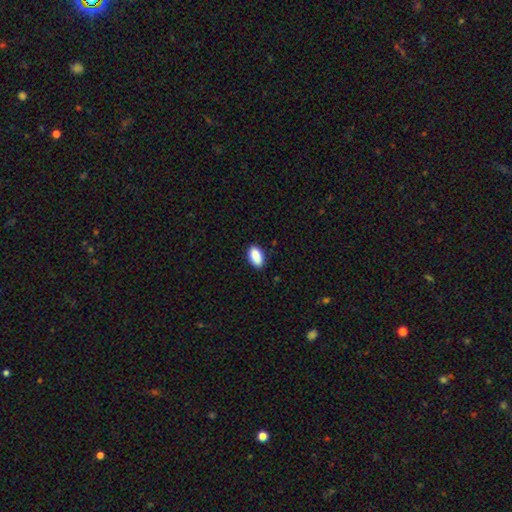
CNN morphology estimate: Smooth or featured? Predicted: smooth (p=0.89). How rounded? Predicted: in between (p=0.92). Merging? Predicted: none (p=0.86).